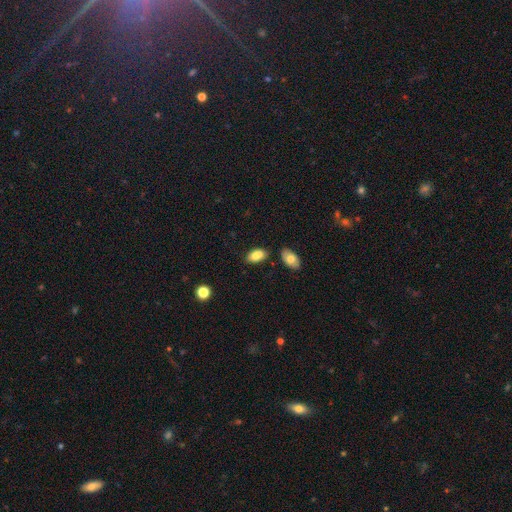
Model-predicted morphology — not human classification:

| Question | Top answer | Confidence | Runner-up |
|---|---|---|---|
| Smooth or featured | smooth | 83% | featured or disk (10%) |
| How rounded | in between | 93% | round (4%) |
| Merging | none | 74% | minor disturbance (15%) |